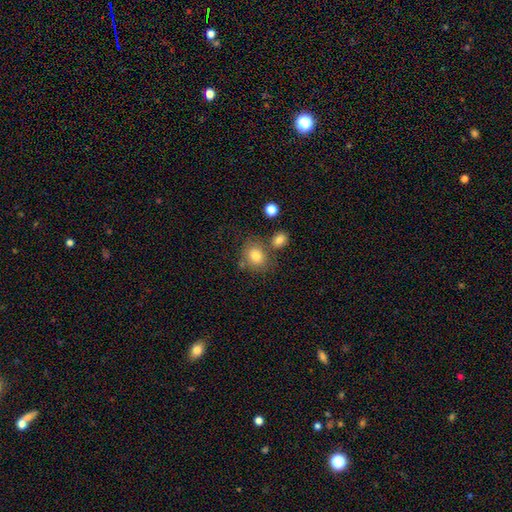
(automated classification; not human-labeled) smooth_or_featured: smooth (p=0.80) [alt: star or artifact p=0.10]
how_rounded: round (p=0.65) [alt: in between p=0.34]
merging: none (p=0.63) [alt: merger p=0.18]